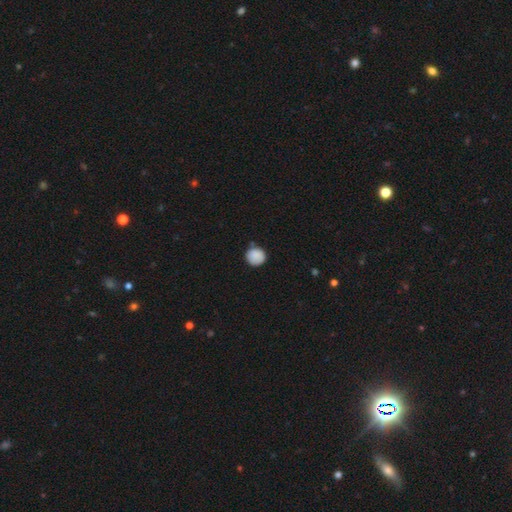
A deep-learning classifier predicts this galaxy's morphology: type=smooth (88%); roundness=round (92%); merging=none (79%).